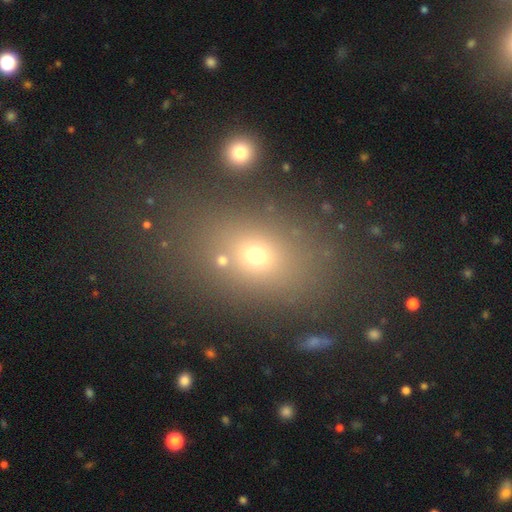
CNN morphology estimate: Smooth or featured? smooth (63%)
How rounded? in between (62%)
Merging? none (75%)